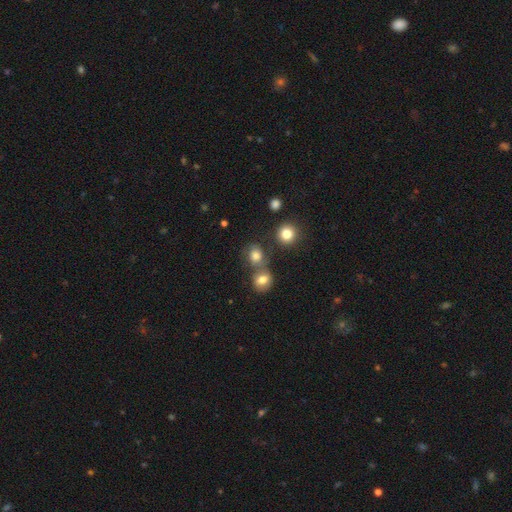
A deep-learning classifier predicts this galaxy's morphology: smooth-or-featured: smooth: 78% | star or artifact: 13% | featured or disk: 10%
  how-rounded: round: 64% | in between: 35% | cigar-shaped: 1%
  merging: none: 50% | merger: 32% | minor disturbance: 12% | major disturbance: 6%